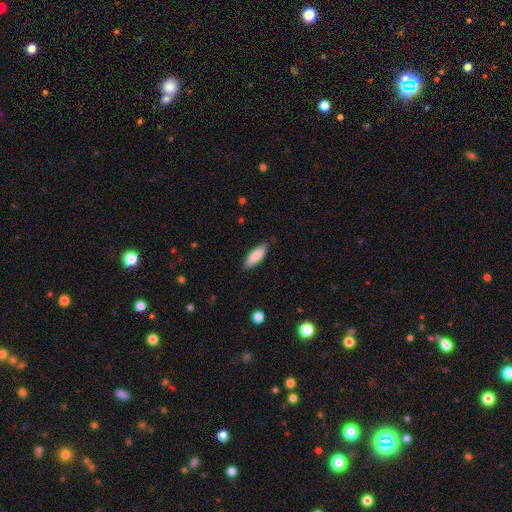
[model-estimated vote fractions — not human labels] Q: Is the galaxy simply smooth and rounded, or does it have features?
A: smooth — 83%.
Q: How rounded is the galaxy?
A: in between — 62%.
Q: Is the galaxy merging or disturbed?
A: none — 83%.